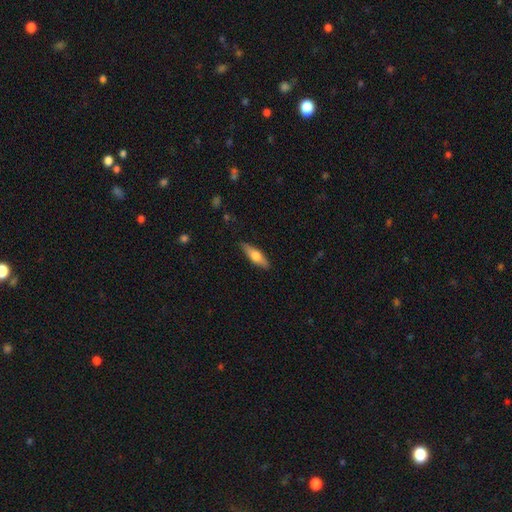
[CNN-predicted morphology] type=smooth (59%); roundness=cigar-shaped (52%); merging=none (86%).